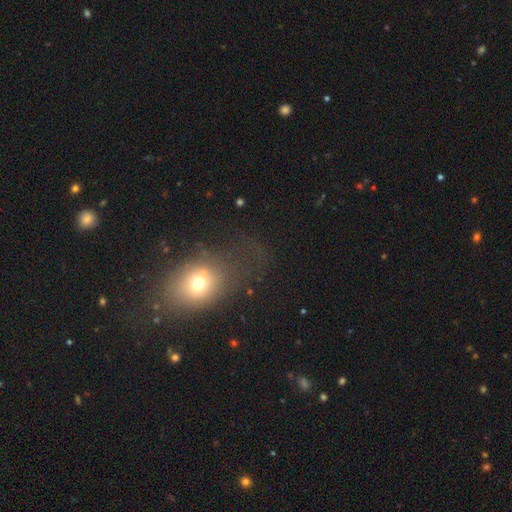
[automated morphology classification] type=smooth (57%); roundness=in between (53%); merging=none (60%).